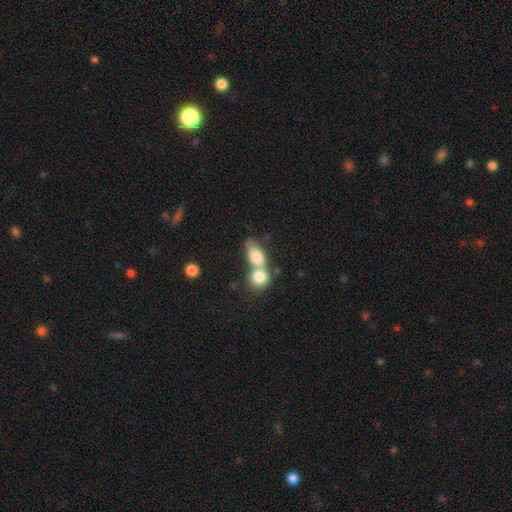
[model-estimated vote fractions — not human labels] Overall: smooth (78%). How rounded: in between (71%). Merging: merger (68%).